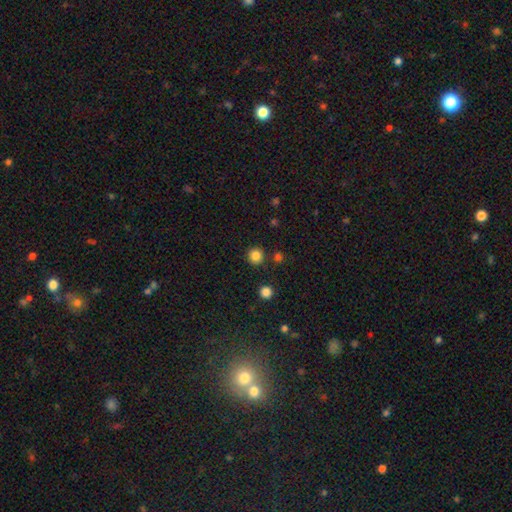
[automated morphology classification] A smooth galaxy with no disk features (84%) that is round (94%).

Vote fractions:
- Smooth or featured? smooth: 84% / star or artifact: 13% / featured or disk: 3%
- How rounded? round: 94% / in between: 5% / cigar-shaped: 1%
- Merging? none: 89% / minor disturbance: 5% / merger: 3% / major disturbance: 2%